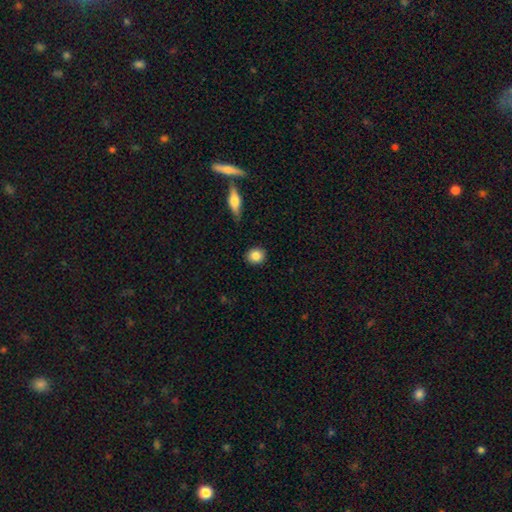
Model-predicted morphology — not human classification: type=smooth (85%); roundness=round (73%); merging=none (89%).